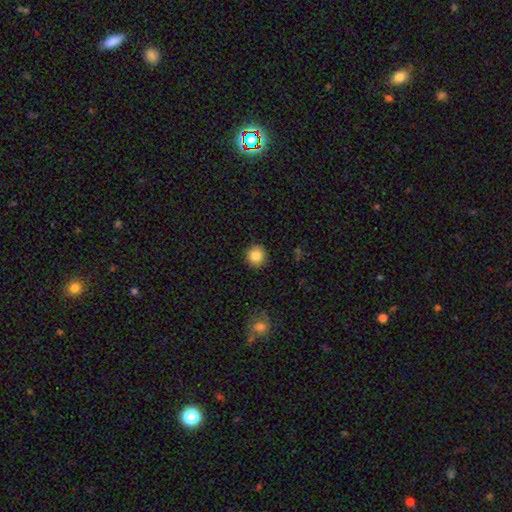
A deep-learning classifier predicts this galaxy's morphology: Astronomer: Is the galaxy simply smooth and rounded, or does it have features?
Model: smooth — 85%.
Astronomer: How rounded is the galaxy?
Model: round — 91%.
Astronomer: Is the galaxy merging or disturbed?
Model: none — 92%.